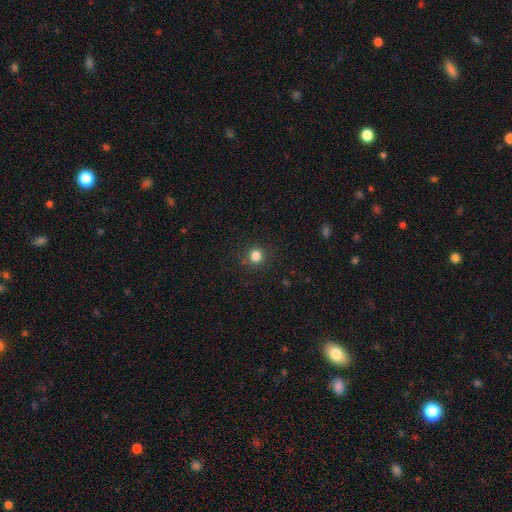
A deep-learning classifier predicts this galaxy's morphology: The model was most divided on "smooth or featured": smooth: 82%, star or artifact: 13%, featured or disk: 4%. More confident: how rounded — round (88%); merging — none (87%).